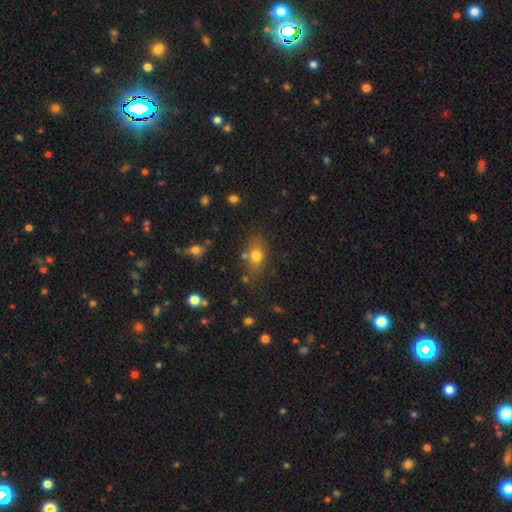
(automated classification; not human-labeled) Morphology: type=smooth (75%); roundness=in between (65%); merging=none (67%).